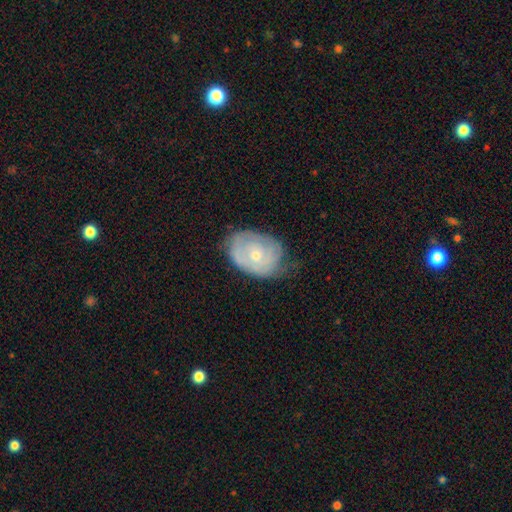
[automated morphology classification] This is possibly a featured or disk galaxy (58%). It is clearly not viewed edge-on (95%). Bar: clearly no (85%). Spiral arm pattern: likely yes (64%). Central bulge: possibly small (59%). Merging: possibly none (55%).